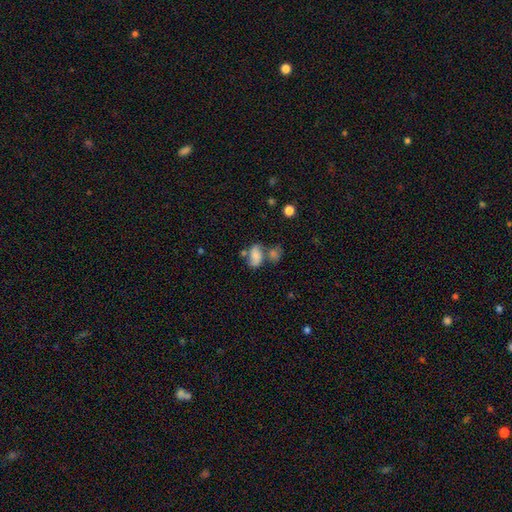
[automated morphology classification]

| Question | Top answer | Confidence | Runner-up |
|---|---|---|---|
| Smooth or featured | smooth | 62% | featured or disk (26%) |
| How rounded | in between | 86% | round (11%) |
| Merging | none | 35% | tied: merger (35%) |